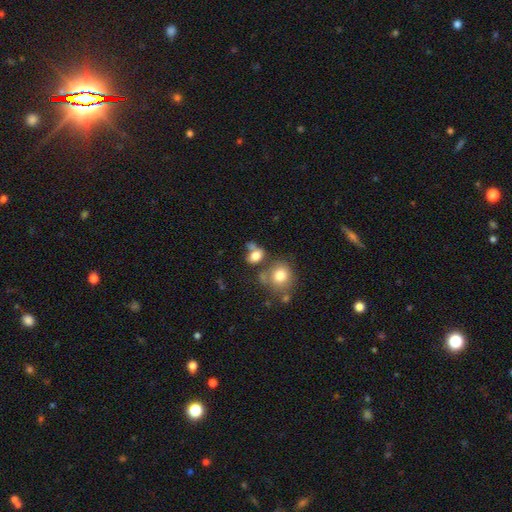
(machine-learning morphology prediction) This is likely a smooth galaxy (76%). How rounded: likely in between (62%). Merging: marginally none (42%).